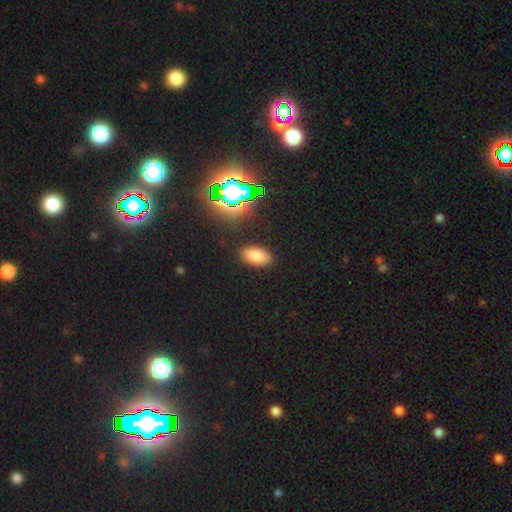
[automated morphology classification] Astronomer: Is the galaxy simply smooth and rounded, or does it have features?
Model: smooth — 79%.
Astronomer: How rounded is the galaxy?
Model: in between — 94%.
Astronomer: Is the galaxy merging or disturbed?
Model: none — 87%.